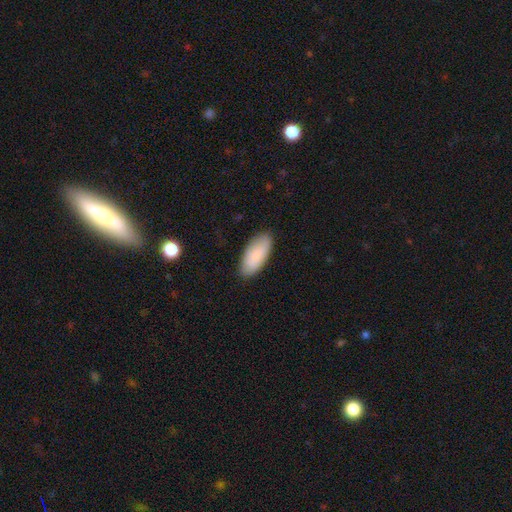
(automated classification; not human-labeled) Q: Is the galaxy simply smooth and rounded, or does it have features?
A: smooth — 85%.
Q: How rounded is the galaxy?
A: in between — 88%.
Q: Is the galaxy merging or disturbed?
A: none — 86%.